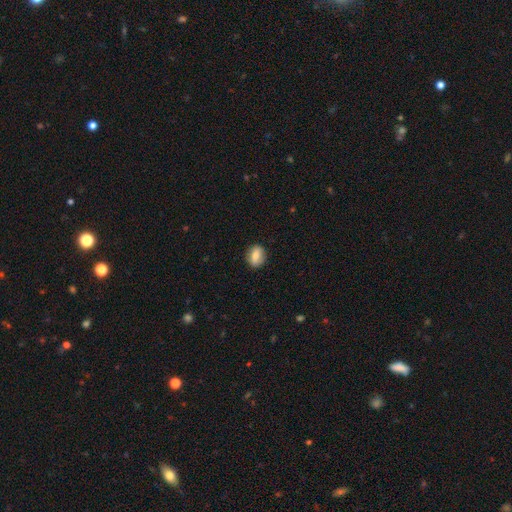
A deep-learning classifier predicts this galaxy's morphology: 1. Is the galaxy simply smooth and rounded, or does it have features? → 72% smooth, 20% featured or disk, 8% star or artifact.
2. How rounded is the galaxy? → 54% in between, 44% round, 2% cigar-shaped.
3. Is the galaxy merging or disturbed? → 86% none, 10% minor disturbance, 2% major disturbance, 1% merger.